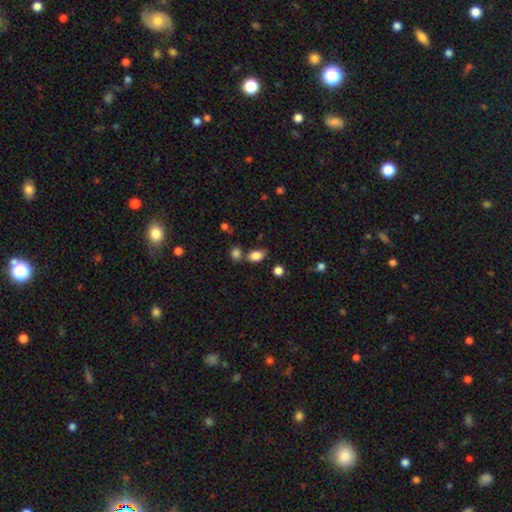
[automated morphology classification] Smooth or featured: smooth — 85% (star or artifact — 10%)
How rounded: in between — 82% (round — 16%)
Merging: none — 62% (merger — 17%)